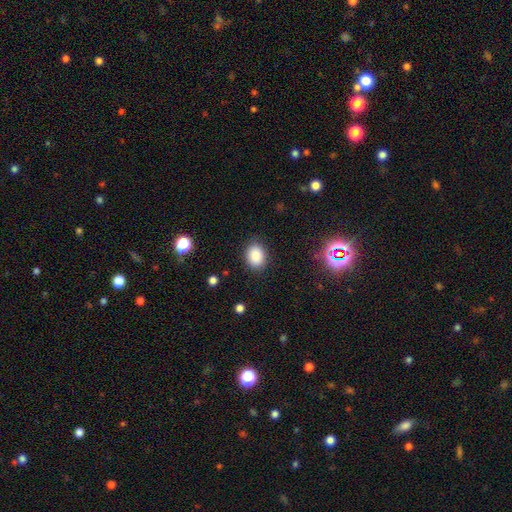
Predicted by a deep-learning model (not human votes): The model was most divided on "how rounded": in between: 68%, round: 31%, cigar-shaped: 1%. More confident: smooth or featured — smooth (86%); merging — none (86%).